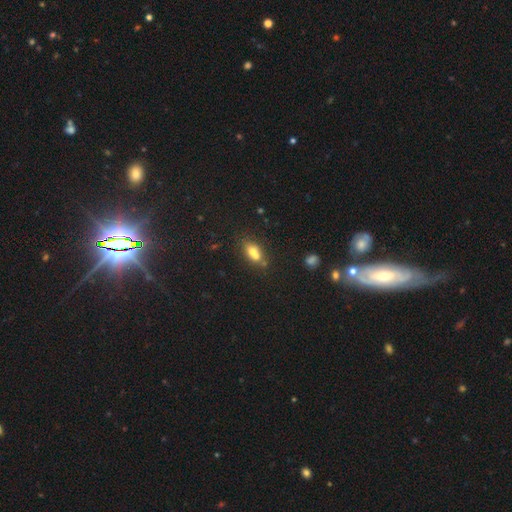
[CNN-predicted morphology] Q: Smooth or featured?
A: smooth (68%); runner-up: featured or disk (19%)
Q: How rounded?
A: in between (74%); runner-up: round (17%)
Q: Merging?
A: none (42%); runner-up: merger (38%)